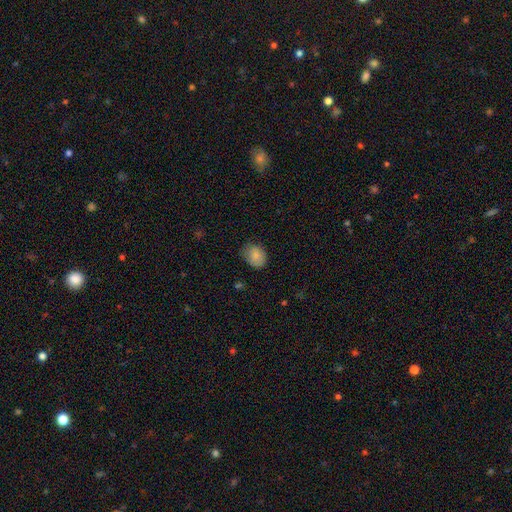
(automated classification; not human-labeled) Overall: smooth (85%). How rounded: in between (54%; round 45%). Merging: none (70%).